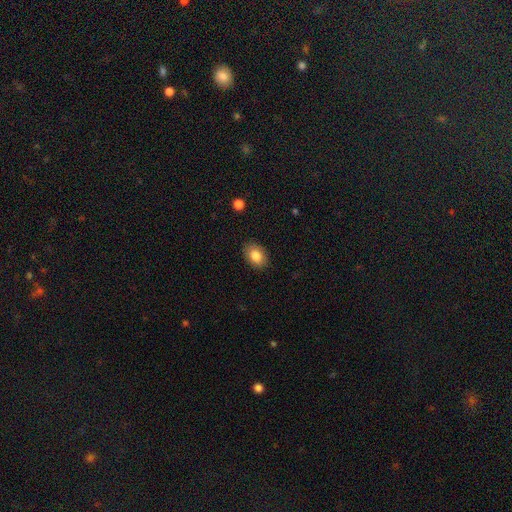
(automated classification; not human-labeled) Smooth or featured?
  - smooth: 84% *
  - star or artifact: 8%
  - featured or disk: 8%
How rounded?
  - in between: 77% *
  - round: 22%
  - cigar-shaped: 1%
Merging?
  - none: 87% *
  - minor disturbance: 10%
  - major disturbance: 2%
  - merger: 1%